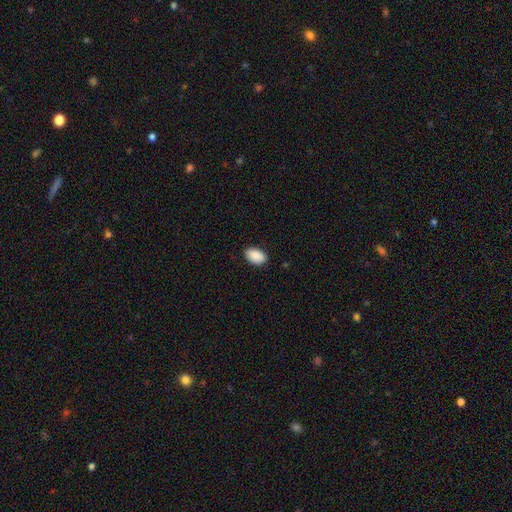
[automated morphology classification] smooth 89%, star or artifact 6%, featured or disk 4%. Down the decision tree: how rounded — in between (92%); merging — none (88%).